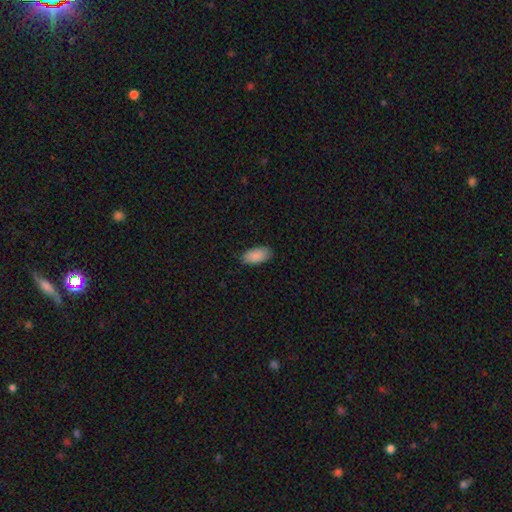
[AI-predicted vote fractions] Overall: smooth (89%). How rounded: in between (93%). Merging: none (85%).